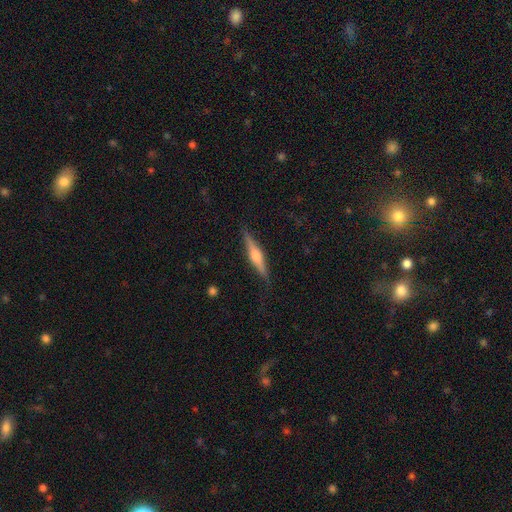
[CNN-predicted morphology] Q: Smooth or featured?
A: featured or disk (69%); runner-up: smooth (26%)
Q: Edge-on disk?
A: yes (97%); runner-up: no (3%)
Q: Edge-on bulge?
A: rounded (91%); runner-up: boxy (6%)
Q: Merging?
A: none (86%); runner-up: minor disturbance (10%)